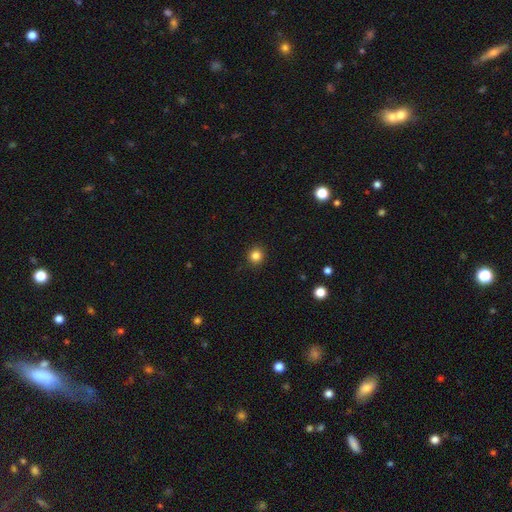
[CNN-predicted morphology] Smooth or featured? smooth (84%)
How rounded? round (92%)
Merging? none (91%)